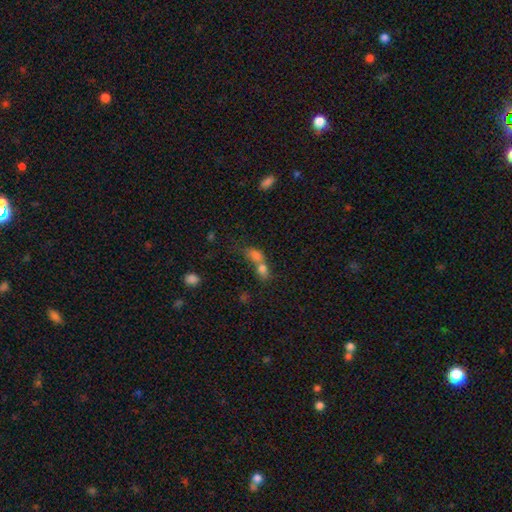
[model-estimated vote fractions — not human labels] Morphology: type=smooth (74%); roundness=in between (65%); merging=merger (70%).